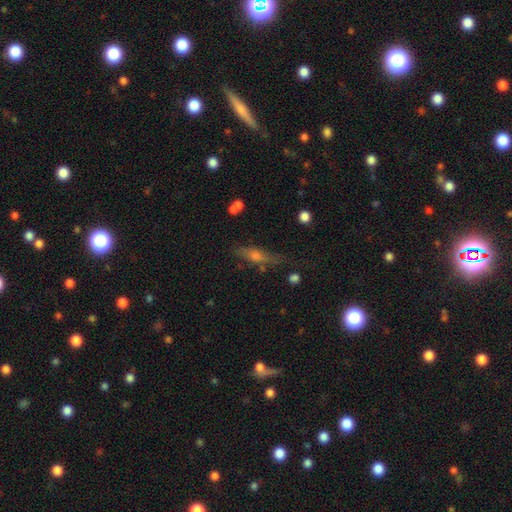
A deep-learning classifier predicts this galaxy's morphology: Smooth or featured? featured or disk (45%)
Merging? none (63%)